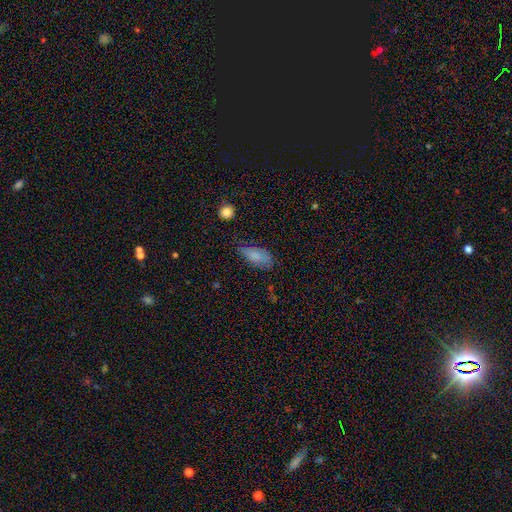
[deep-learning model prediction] Q: Smooth or featured?
A: smooth (81%); runner-up: featured or disk (11%)
Q: How rounded?
A: in between (82%); runner-up: cigar-shaped (15%)
Q: Merging?
A: none (62%); runner-up: minor disturbance (29%)